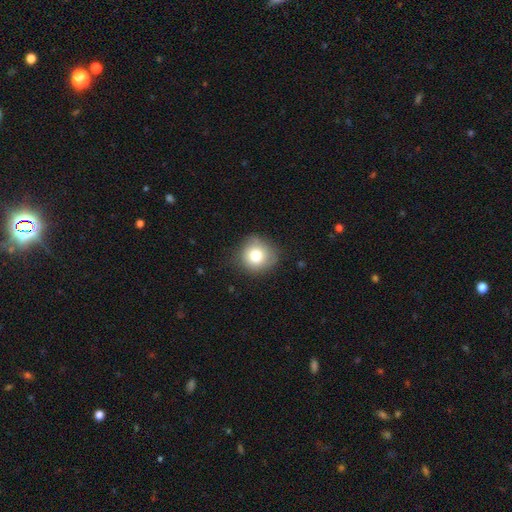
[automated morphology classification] Smooth or featured? smooth (77%)
How rounded? round (90%)
Merging? none (76%)